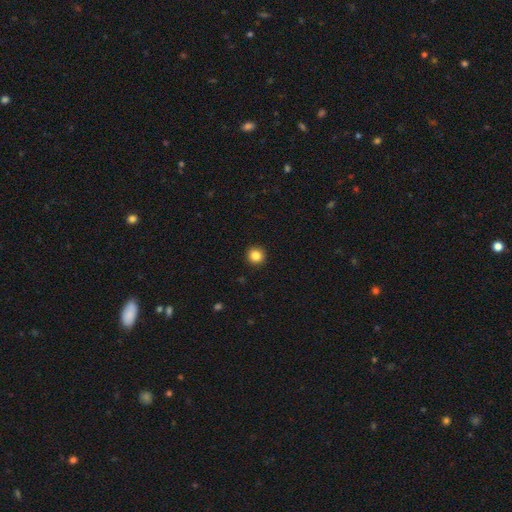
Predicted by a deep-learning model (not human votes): Smooth or featured? Predicted: smooth (p=0.84). How rounded? Predicted: round (p=0.95). Merging? Predicted: none (p=0.93).